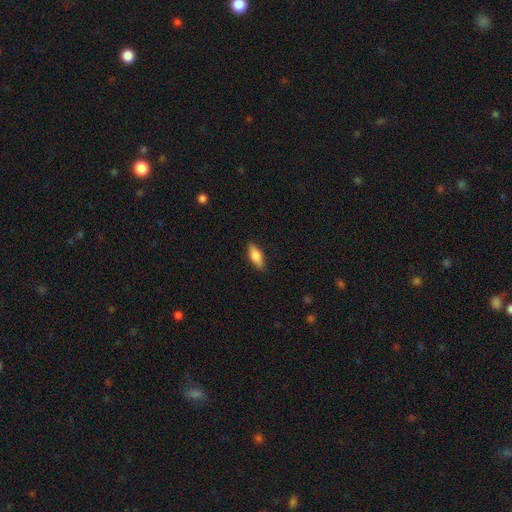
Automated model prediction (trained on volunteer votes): smooth-or-featured: smooth: 77% | featured or disk: 17% | star or artifact: 6%
  how-rounded: in between: 74% | cigar-shaped: 23% | round: 3%
  merging: none: 87% | minor disturbance: 10% | major disturbance: 2% | merger: 1%